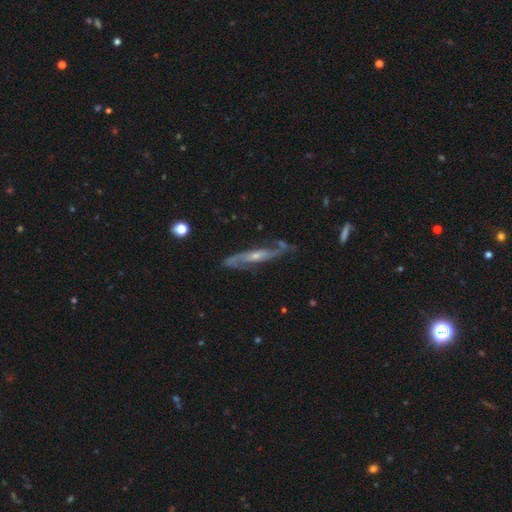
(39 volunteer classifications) Smooth or featured?
  - featured or disk: 95% *
  - star or artifact: 5%
  - smooth: 0%
Edge-on disk?
  - no: 86% *
  - yes: 14%
Bar?
  - weak: 50% *
  - no: 28%
  - strong: 22%
Spiral arms?
  - yes: 91% *
  - no: 9%
Spiral winding?
  - medium: 69% *
  - tight: 17%
  - loose: 14%
Spiral arm count?
  - 2: 86% *
  - 1: 7%
  - can't tell: 7%
  - 3: 0%
  - 4: 0%
  - more than 4: 0%
Bulge size?
  - moderate: 56% *
  - small: 34%
  - large: 6%
  - none: 3%
  - dominant: 0%
Merging?
  - none: 78% *
  - minor disturbance: 14%
  - major disturbance: 8%
  - merger: 0%